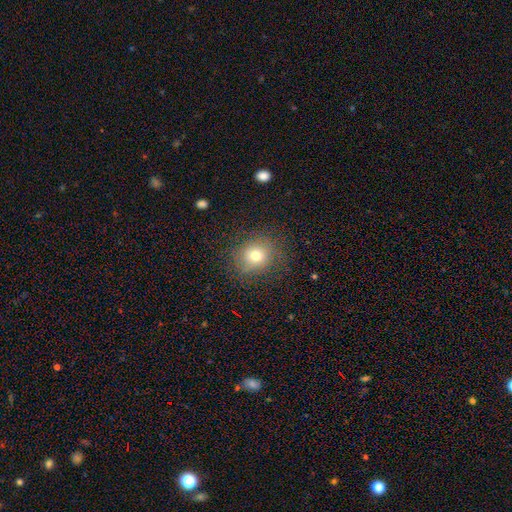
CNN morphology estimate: Smooth or featured?
  - smooth: 72% *
  - star or artifact: 16%
  - featured or disk: 12%
How rounded?
  - round: 85% *
  - in between: 14%
  - cigar-shaped: 1%
Merging?
  - none: 81% *
  - minor disturbance: 12%
  - major disturbance: 6%
  - merger: 1%